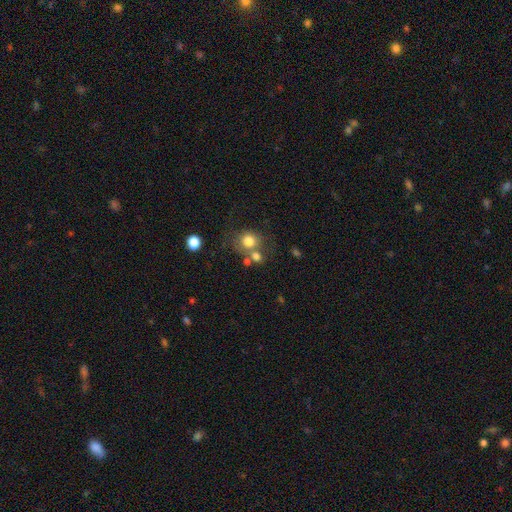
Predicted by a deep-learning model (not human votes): The model was most divided on "merging": none: 53%, merger: 29%, minor disturbance: 12%, major disturbance: 7%. More confident: how rounded — round (79%); smooth or featured — smooth (76%).